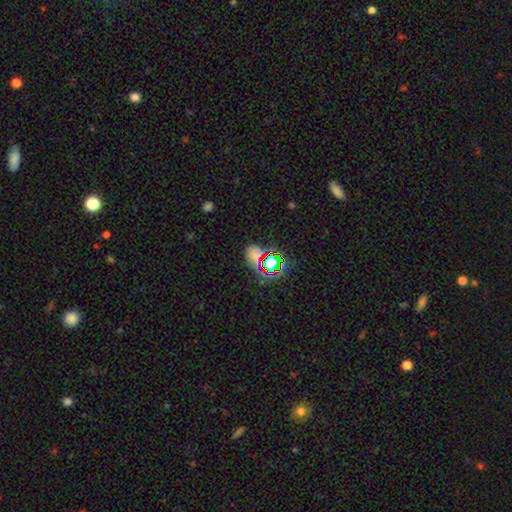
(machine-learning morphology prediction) The model was most divided on "smooth or featured": star or artifact: 47%, smooth: 39%, featured or disk: 14%.